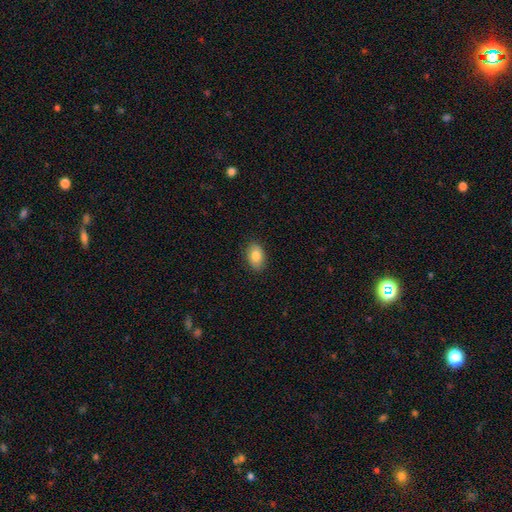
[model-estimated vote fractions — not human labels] Smooth or featured: smooth — 82% (featured or disk — 11%)
How rounded: in between — 85% (round — 13%)
Merging: none — 88% (minor disturbance — 9%)